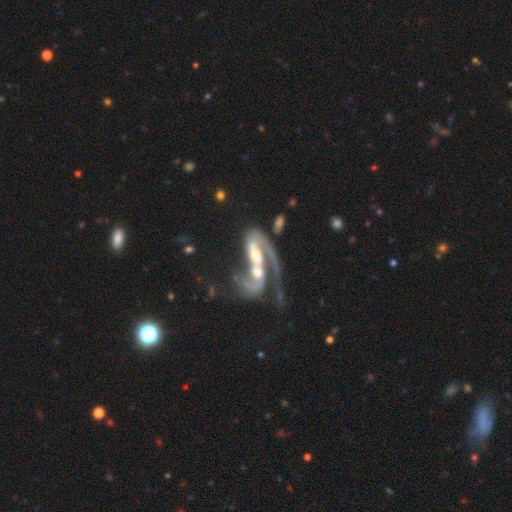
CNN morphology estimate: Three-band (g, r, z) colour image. It shows a featured or disk galaxy (84%) with a weak bar (34%, tied with no), 2 (43%, tied with 1) medium (39%) spiral arms (90%) and a moderate central bulge (57%). Merging: merger (54%).